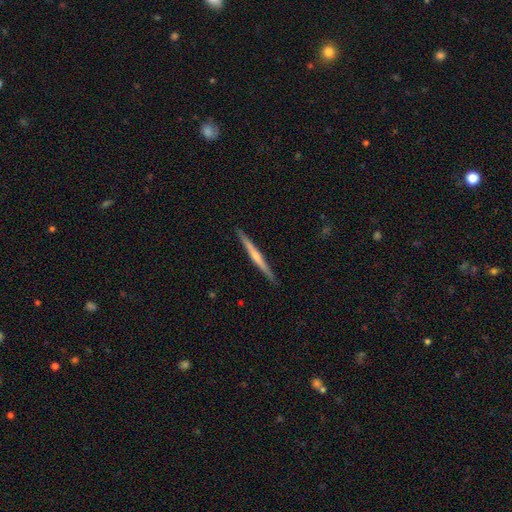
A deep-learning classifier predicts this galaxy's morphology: featured or disk 63%, smooth 32%, star or artifact 5%. Down the decision tree: edge-on disk — yes (98%); edge-on bulge — rounded (55%); merging — none (91%).